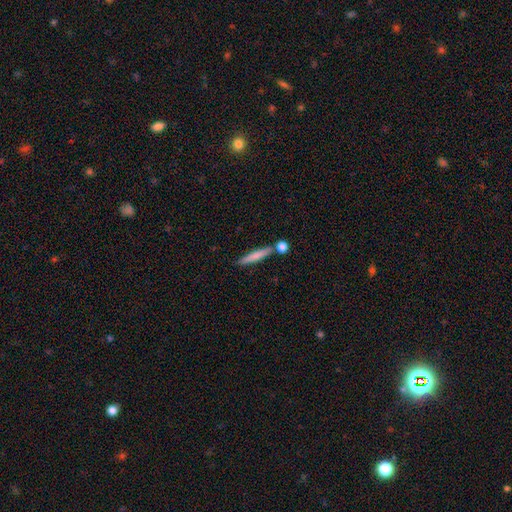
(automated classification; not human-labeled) Smooth or featured: smooth — 69% (featured or disk — 25%)
How rounded: cigar-shaped — 91% (in between — 6%)
Merging: none — 73% (merger — 13%)